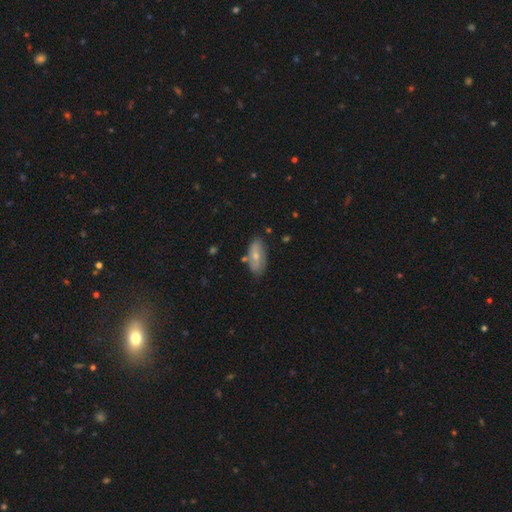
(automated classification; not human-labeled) A smooth galaxy with no disk features (61%) that is in between round and cigar-shaped (85%).

Vote fractions:
- Smooth or featured? smooth: 61% / featured or disk: 33% / star or artifact: 7%
- How rounded? in between: 85% / cigar-shaped: 12% / round: 3%
- Merging? none: 72% / minor disturbance: 18% / merger: 5% / major disturbance: 4%